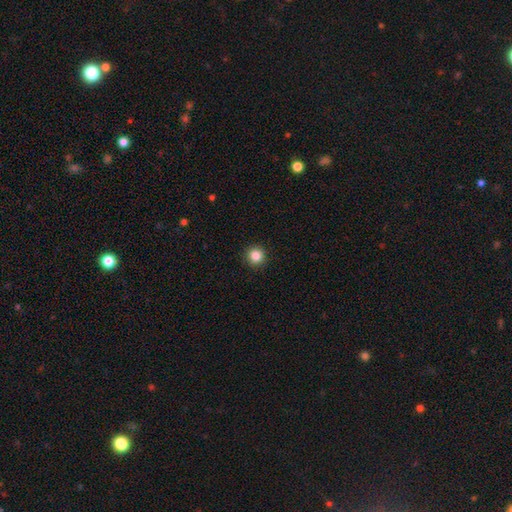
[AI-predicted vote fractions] smooth_or_featured: smooth (p=0.85) [alt: star or artifact p=0.11]
how_rounded: round (p=0.94) [alt: in between p=0.05]
merging: none (p=0.92) [alt: minor disturbance p=0.05]